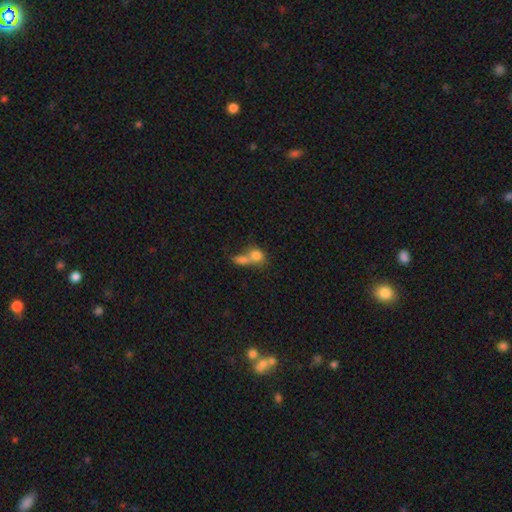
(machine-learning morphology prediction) This appears to be a smooth galaxy with no disk features (75%) that is in between round and cigar-shaped (51%). Merging: merger (66%).